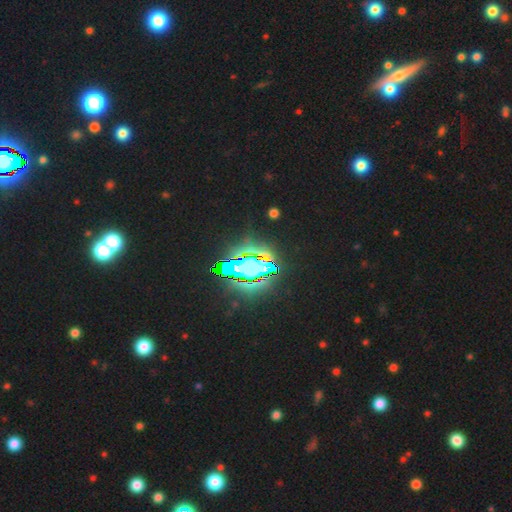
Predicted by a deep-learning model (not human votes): A star or artifact, not a galaxy (85%).

Vote fractions:
- Smooth or featured? star or artifact: 85% / smooth: 8% / featured or disk: 7%